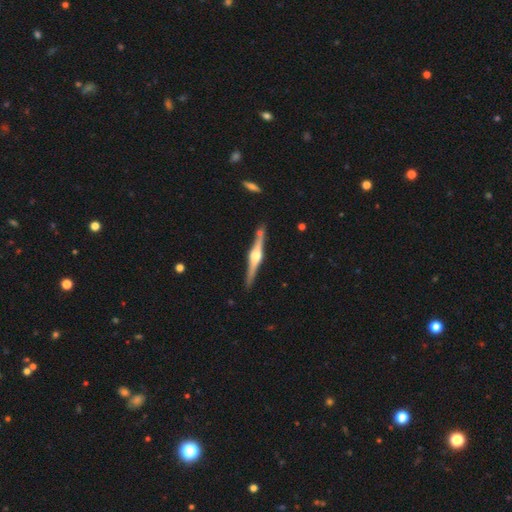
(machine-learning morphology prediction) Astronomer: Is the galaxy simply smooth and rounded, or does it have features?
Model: featured or disk — 85%.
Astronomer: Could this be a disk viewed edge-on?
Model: yes — 98%.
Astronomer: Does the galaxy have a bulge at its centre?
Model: rounded — 92%.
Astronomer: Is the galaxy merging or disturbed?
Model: none — 87%.